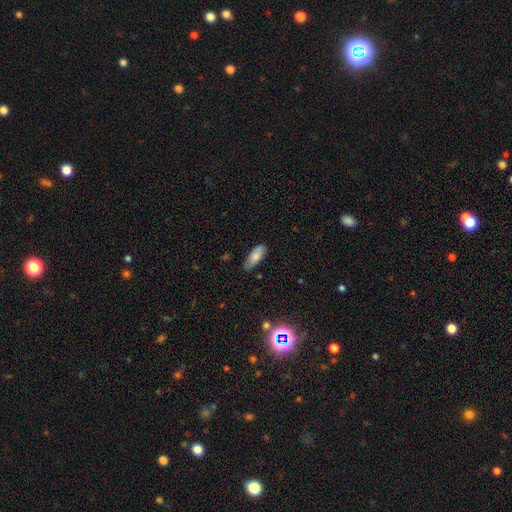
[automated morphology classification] smooth-or-featured: smooth: 79% | featured or disk: 13% | star or artifact: 7%
  how-rounded: in between: 77% | cigar-shaped: 21% | round: 2%
  merging: none: 76% | minor disturbance: 19% | major disturbance: 3% | merger: 1%